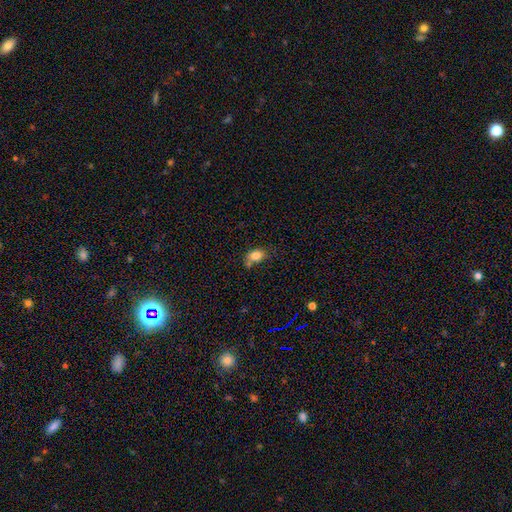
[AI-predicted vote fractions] smooth 83%, star or artifact 10%, featured or disk 8%. Down the decision tree: how rounded — in between (75%); merging — none (56%).